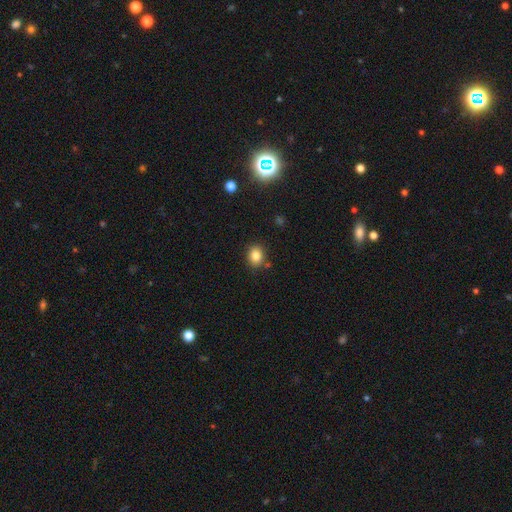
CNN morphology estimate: Smooth or featured? smooth (82%)
How rounded? round (59%)
Merging? none (83%)